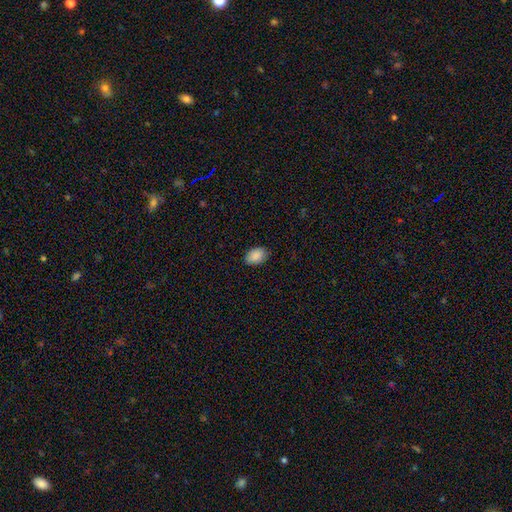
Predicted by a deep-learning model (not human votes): Q: Smooth or featured?
A: smooth (89%); runner-up: star or artifact (7%)
Q: How rounded?
A: in between (88%); runner-up: round (10%)
Q: Merging?
A: none (85%); runner-up: minor disturbance (12%)